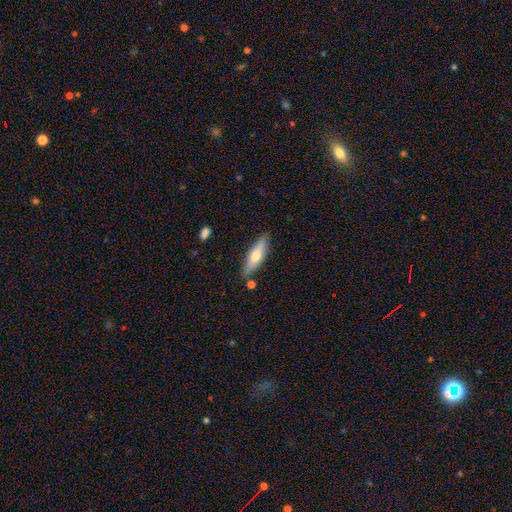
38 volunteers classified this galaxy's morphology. Overall: featured or disk (47%; smooth 42%). Edge-on disk: yes (94%). Edge-on bulge: rounded (82%). Merging: none (79%).